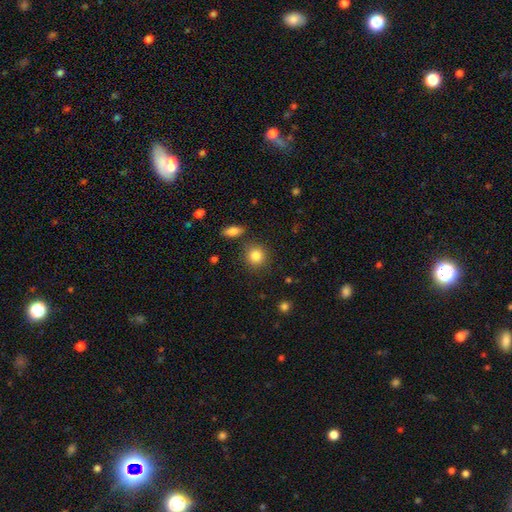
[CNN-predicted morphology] smooth-or-featured: smooth: 84% | star or artifact: 9% | featured or disk: 6%
  how-rounded: round: 89% | in between: 10% | cigar-shaped: 1%
  merging: none: 85% | minor disturbance: 8% | merger: 4% | major disturbance: 3%